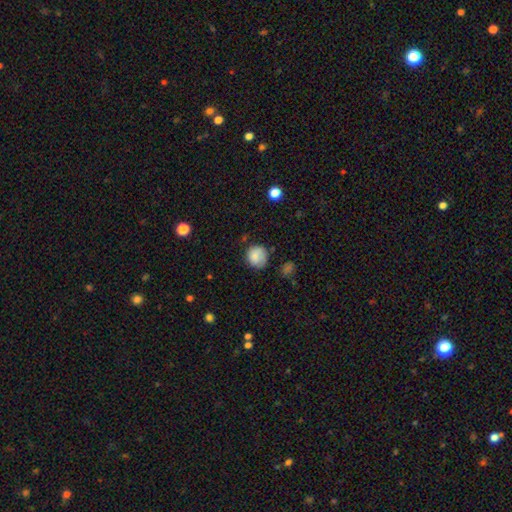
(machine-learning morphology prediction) smooth 79%, featured or disk 13%, star or artifact 9%. Down the decision tree: how rounded — round (83%); merging — none (67%).